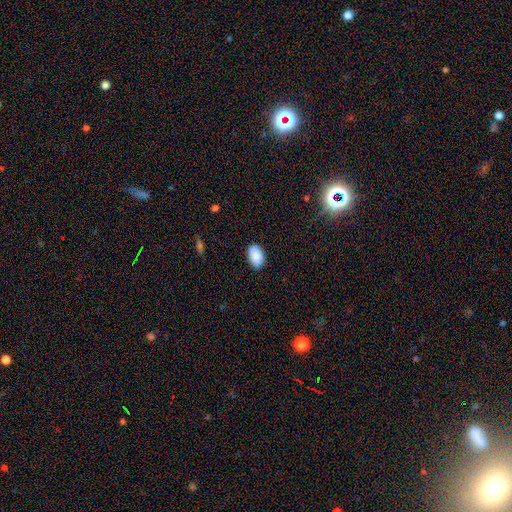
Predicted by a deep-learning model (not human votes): A smooth galaxy with no disk features (90%) that is in between round and cigar-shaped (93%). Merging: none (87%).